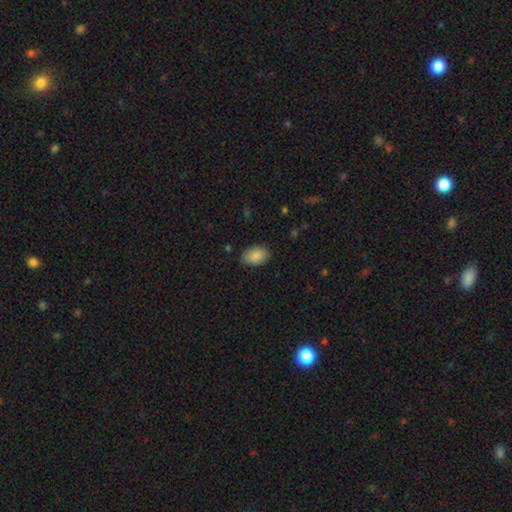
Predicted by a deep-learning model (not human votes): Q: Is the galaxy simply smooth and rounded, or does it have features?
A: smooth — 89%.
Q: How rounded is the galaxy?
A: in between — 88%.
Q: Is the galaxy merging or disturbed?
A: none — 86%.